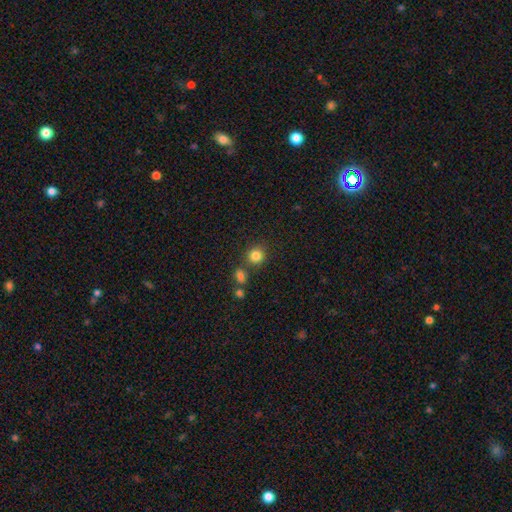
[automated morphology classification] Overall: smooth (82%). How rounded: round (87%). Merging: none (75%).